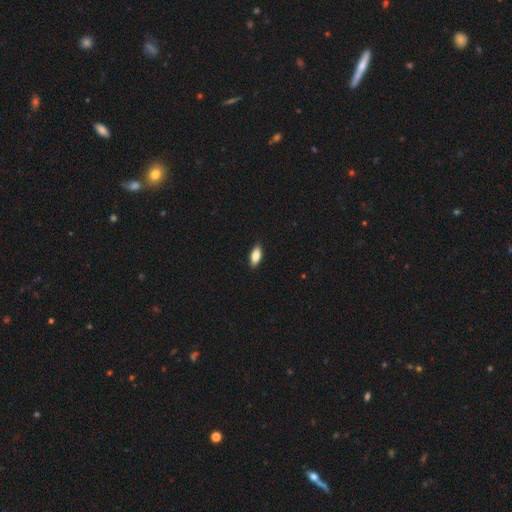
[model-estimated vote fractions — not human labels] A smooth galaxy with no disk features (83%) that is in between round and cigar-shaped (83%). Merging: none (89%).